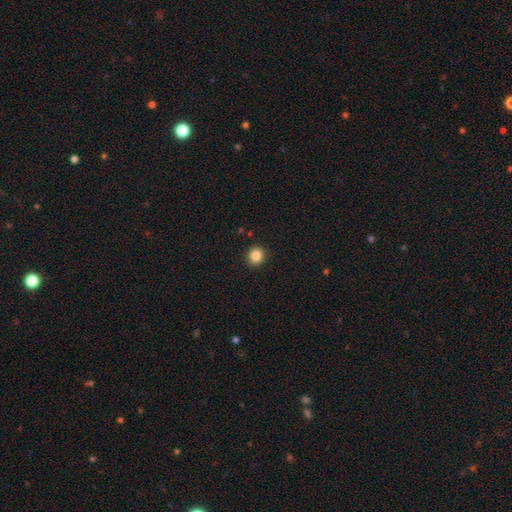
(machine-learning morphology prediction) Smooth or featured? Predicted: smooth (p=0.85). How rounded? Predicted: round (p=0.86). Merging? Predicted: none (p=0.92).